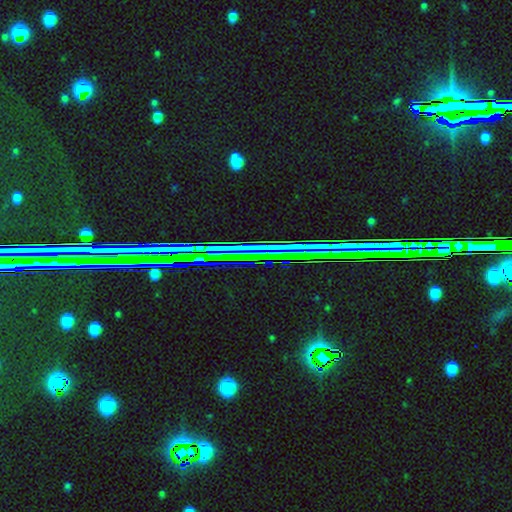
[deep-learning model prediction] Smooth or featured? star or artifact (79%)